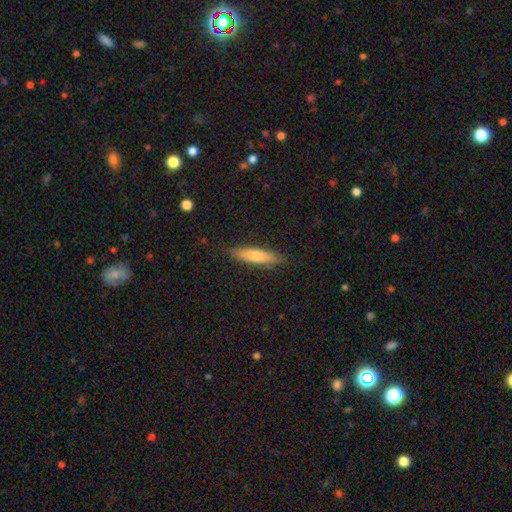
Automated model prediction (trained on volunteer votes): Smooth or featured: smooth — 76% (featured or disk — 18%)
How rounded: cigar-shaped — 71% (in between — 27%)
Merging: none — 86% (minor disturbance — 11%)